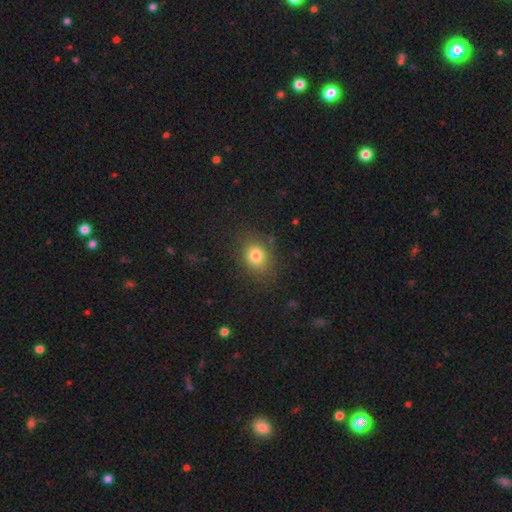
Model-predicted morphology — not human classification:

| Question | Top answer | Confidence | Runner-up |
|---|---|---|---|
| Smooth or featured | smooth | 78% | star or artifact (13%) |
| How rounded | round | 58% | in between (41%) |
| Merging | none | 82% | minor disturbance (12%) |